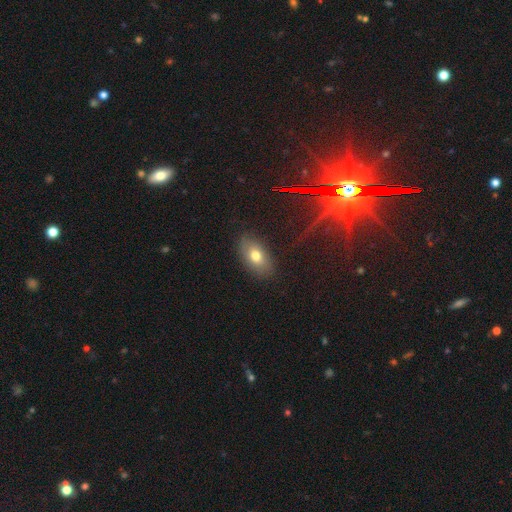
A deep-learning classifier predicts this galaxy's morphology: This appears to be a smooth galaxy with no disk features (71%) that is in between round and cigar-shaped (89%). Merging: none (84%).